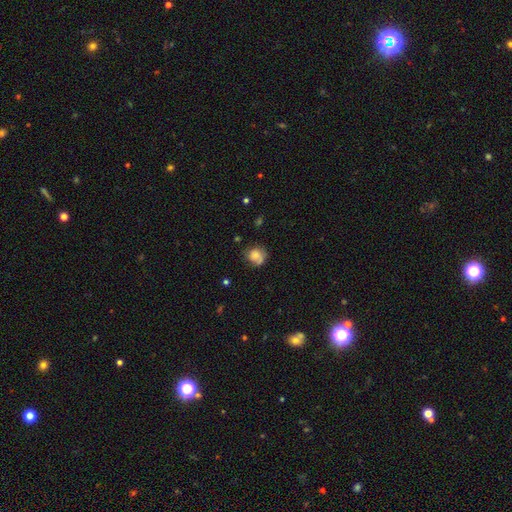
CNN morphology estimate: smooth-or-featured: smooth: 69% | featured or disk: 21% | star or artifact: 10%
  how-rounded: round: 77% | in between: 22% | cigar-shaped: 1%
  merging: none: 55% | minor disturbance: 26% | major disturbance: 10% | merger: 9%